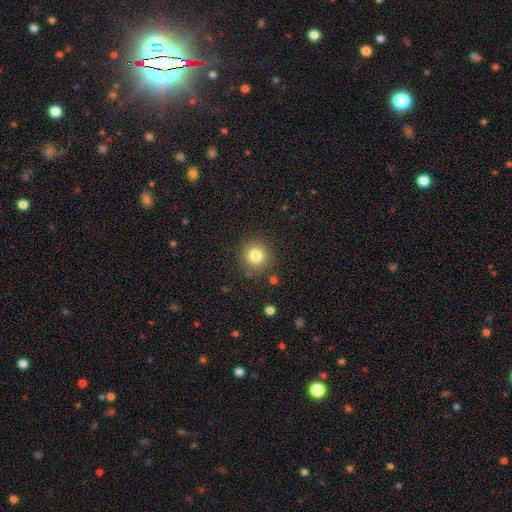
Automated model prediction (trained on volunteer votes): A smooth galaxy with no disk features (81%) that is round (91%). Merging: none (87%).